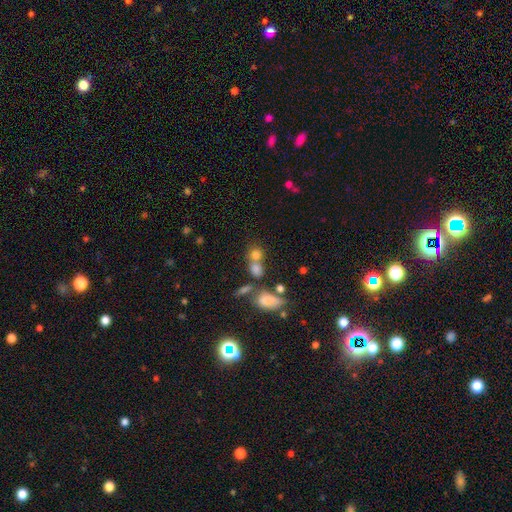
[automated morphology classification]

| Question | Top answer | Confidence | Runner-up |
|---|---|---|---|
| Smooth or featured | smooth | 71% | star or artifact (18%) |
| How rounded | round | 69% | in between (28%) |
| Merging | none | 44% | merger (40%) |